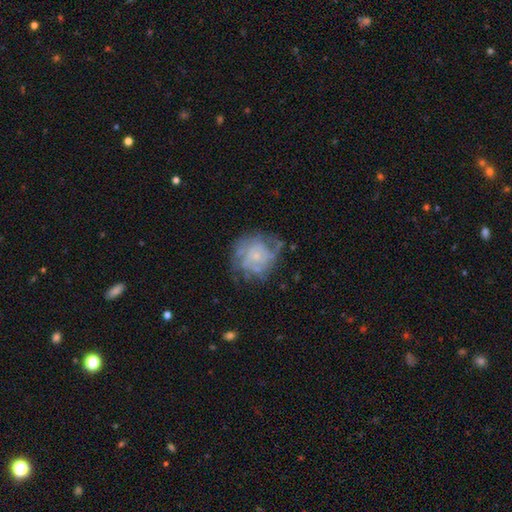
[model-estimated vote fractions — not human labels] Morphology: type=featured or disk (68%); edge-on=no (98%); bar=no (83%); spiral arms=yes (74%); bulge=small (73%); merging=none (57%).